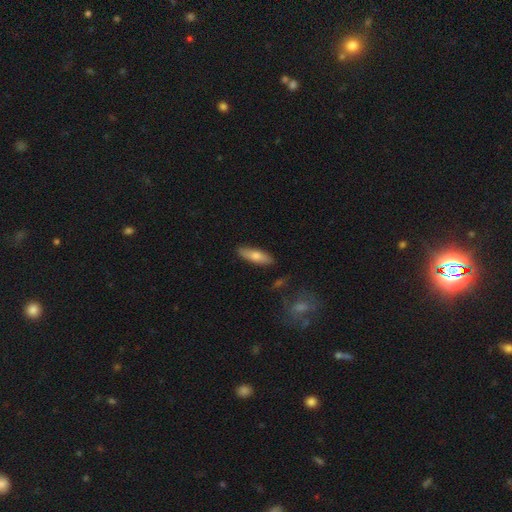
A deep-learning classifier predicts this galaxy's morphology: Overall: smooth (68%). How rounded: cigar-shaped (52%; in between 46%). Merging: none (87%).